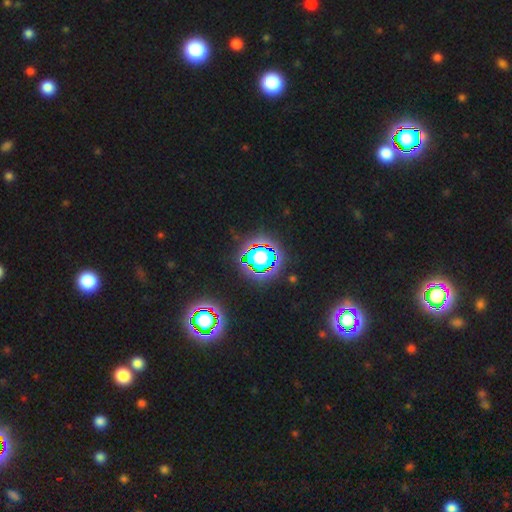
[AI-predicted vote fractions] Smooth or featured? Predicted: star or artifact (p=0.82).